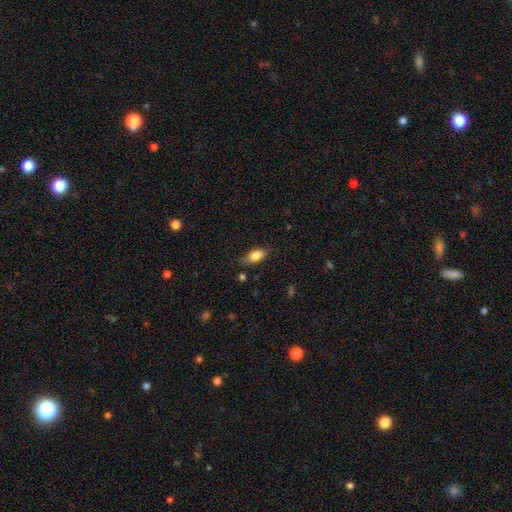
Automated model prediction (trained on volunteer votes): Morphology: type=smooth (82%); roundness=in between (86%); merging=none (77%).